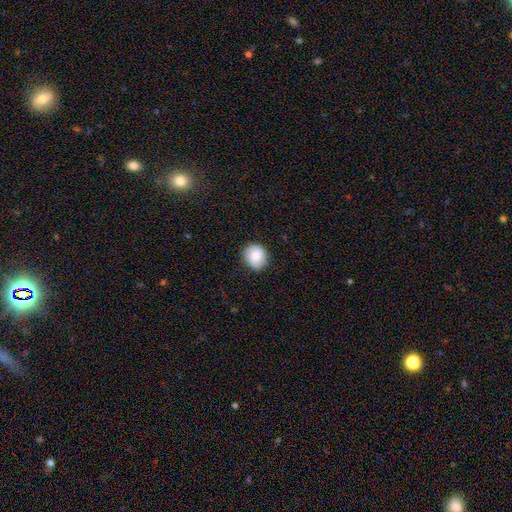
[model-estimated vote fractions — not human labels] smooth 80%, featured or disk 12%, star or artifact 8%. Down the decision tree: how rounded — round (73%); merging — none (86%).